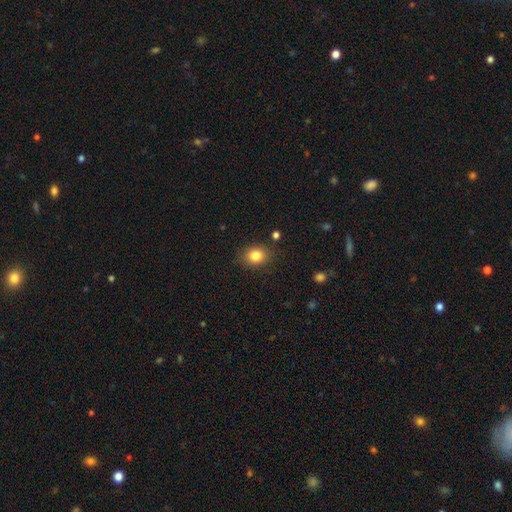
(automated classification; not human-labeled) A smooth galaxy with no disk features (83%) that is round (58%). Merging: none (85%).